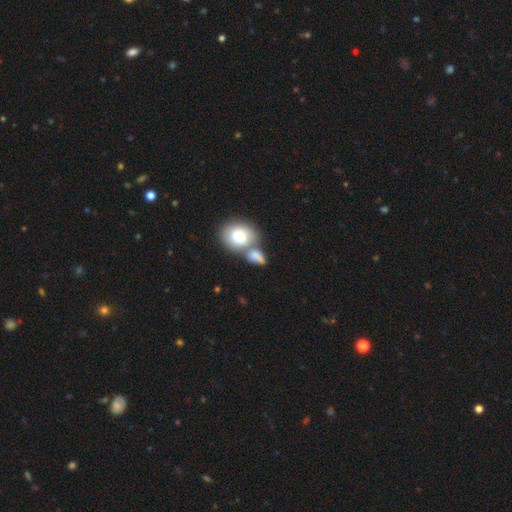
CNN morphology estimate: Smooth or featured? Predicted: smooth (p=0.77). How rounded? Predicted: in between (p=0.67). Merging? Predicted: merger (p=0.55).